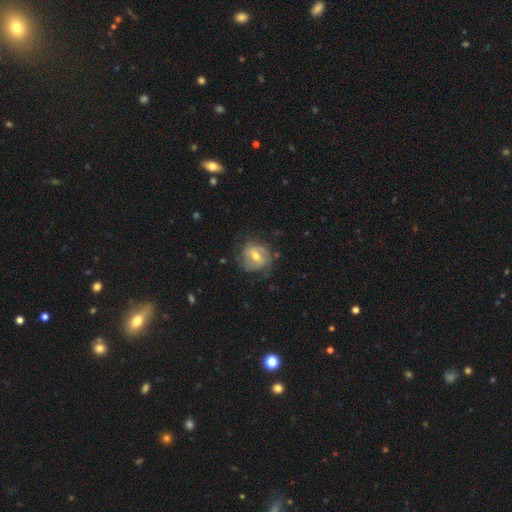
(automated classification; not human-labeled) A featured or disk galaxy (67%) with a weak bar (51%), 2 (55%) tight (41%) spiral arms (83%) and a moderate central bulge (72%).

Vote fractions:
- Smooth or featured? featured or disk: 67% / smooth: 27% / star or artifact: 6%
- Edge-on disk? no: 97% / yes: 3%
- Bar? weak: 51% / no: 26% / strong: 22%
- Spiral arms? yes: 83% / no: 17%
- Spiral winding? tight: 41% / medium: 39% / loose: 20%
- Spiral arm count? 2: 55% / can't tell: 24% / 3: 10% / 1: 7% / 4: 2% / more than 4: 2%
- Bulge size? moderate: 72% / small: 21% / large: 6% / none: 1% / dominant: 1%
- Merging? none: 65% / minor disturbance: 22% / major disturbance: 12% / merger: 2%